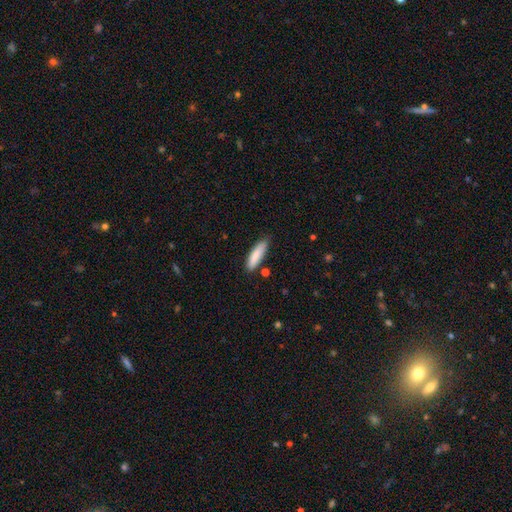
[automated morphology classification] Q: Smooth or featured?
A: smooth (86%); runner-up: featured or disk (9%)
Q: How rounded?
A: cigar-shaped (67%); runner-up: in between (32%)
Q: Merging?
A: none (82%); runner-up: minor disturbance (13%)